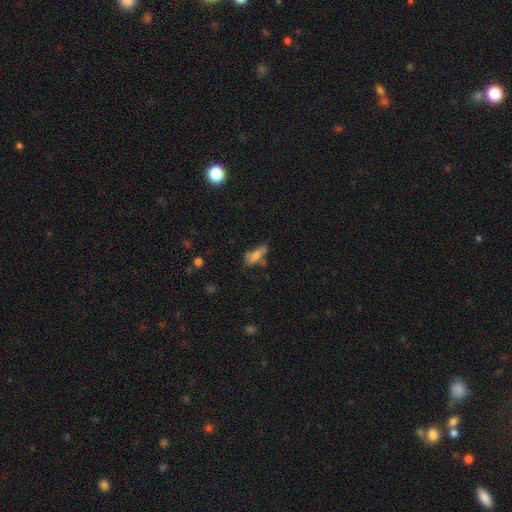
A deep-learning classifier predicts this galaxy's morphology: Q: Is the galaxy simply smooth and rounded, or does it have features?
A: smooth — 63%.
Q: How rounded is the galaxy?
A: in between — 67%.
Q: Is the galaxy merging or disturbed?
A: none — 46%.